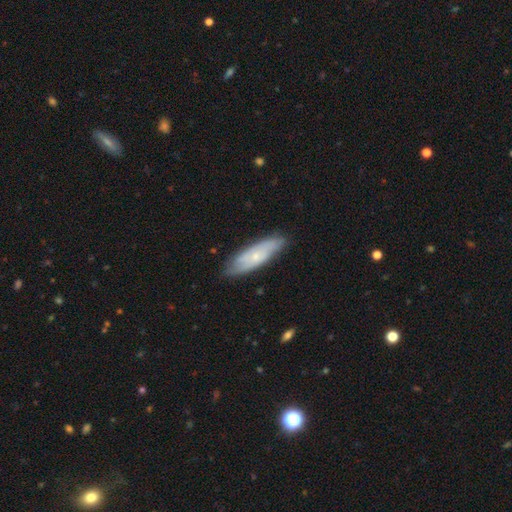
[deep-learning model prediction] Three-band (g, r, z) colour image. It shows a featured or disk galaxy (52%). Merging: none (80%).